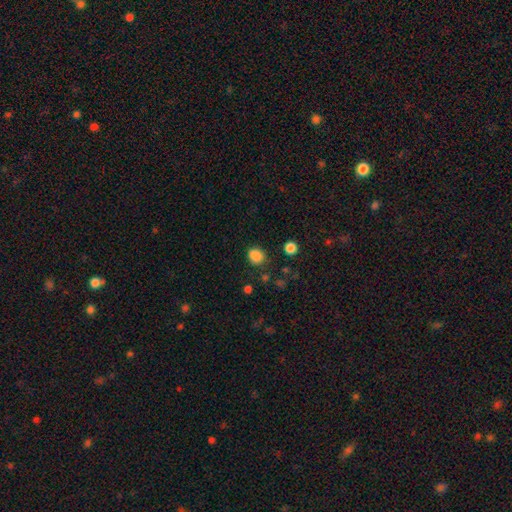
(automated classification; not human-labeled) Smooth or featured?
  - smooth: 85% *
  - star or artifact: 12%
  - featured or disk: 4%
How rounded?
  - round: 68% *
  - in between: 32%
  - cigar-shaped: 1%
Merging?
  - none: 80% *
  - minor disturbance: 13%
  - major disturbance: 4%
  - merger: 3%